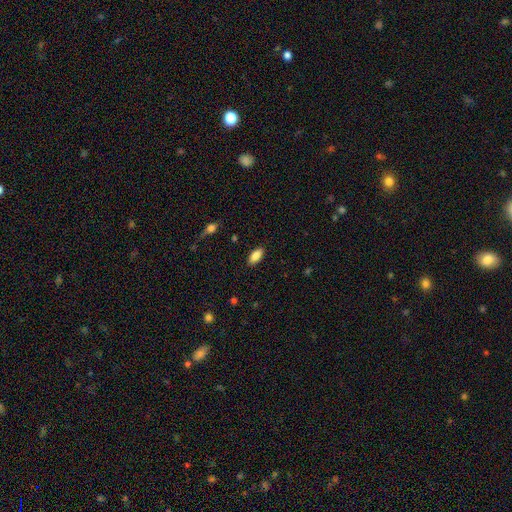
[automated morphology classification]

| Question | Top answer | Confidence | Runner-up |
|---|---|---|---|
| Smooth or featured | smooth | 87% | star or artifact (7%) |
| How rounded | in between | 88% | cigar-shaped (10%) |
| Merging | none | 88% | minor disturbance (9%) |